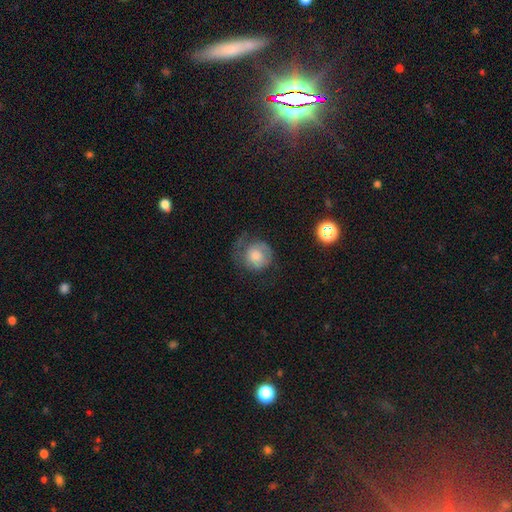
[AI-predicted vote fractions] Smooth or featured? Predicted: smooth (p=0.47). Merging? Predicted: none (p=0.48).